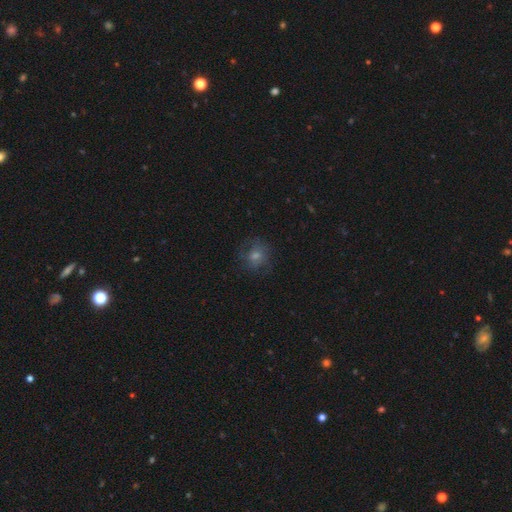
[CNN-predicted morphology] Overall: smooth (52%; star or artifact 24%). How rounded: round (84%). Merging: none (77%).